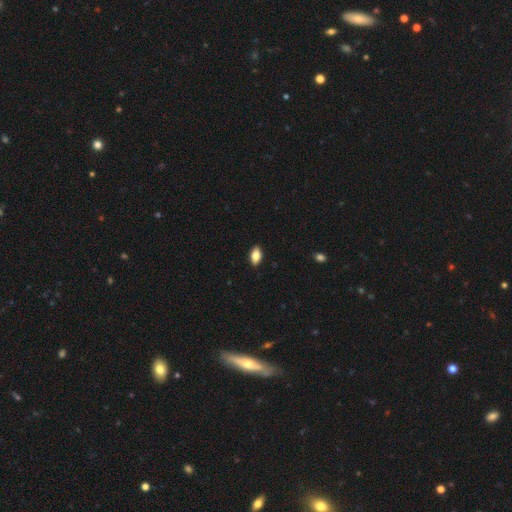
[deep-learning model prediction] A smooth galaxy with no disk features (79%) that is in between round and cigar-shaped (90%).

Vote fractions:
- Smooth or featured? smooth: 79% / featured or disk: 14% / star or artifact: 7%
- How rounded? in between: 90% / cigar-shaped: 5% / round: 5%
- Merging? none: 89% / minor disturbance: 8% / major disturbance: 2% / merger: 1%